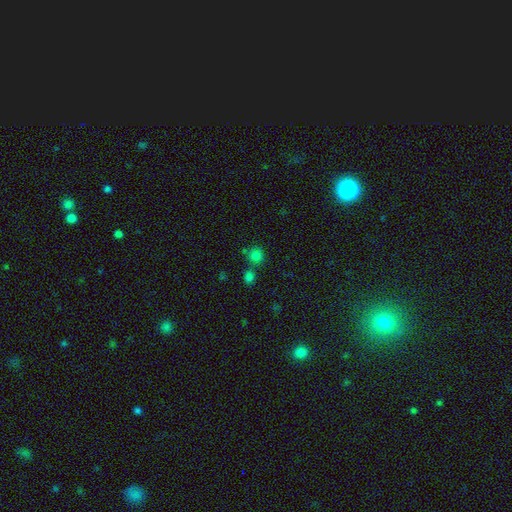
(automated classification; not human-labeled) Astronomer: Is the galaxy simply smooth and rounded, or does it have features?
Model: smooth — 78%.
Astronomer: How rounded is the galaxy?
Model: round — 89%.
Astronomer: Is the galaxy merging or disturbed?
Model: none — 67%.